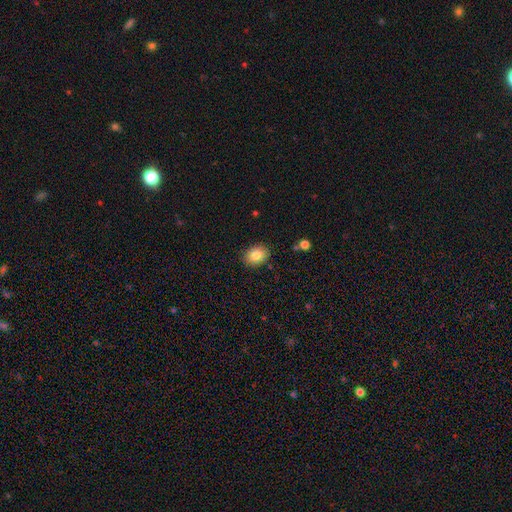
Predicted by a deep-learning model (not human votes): Smooth or featured: smooth — 82% (featured or disk — 9%)
How rounded: in between — 67% (round — 32%)
Merging: none — 87% (minor disturbance — 9%)